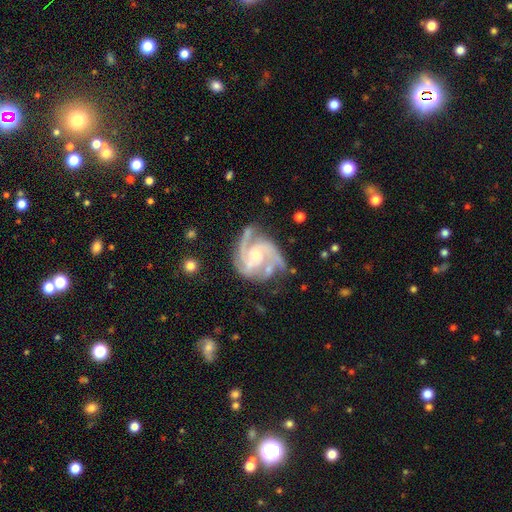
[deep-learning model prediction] This is clearly a featured or disk galaxy (92%). It is clearly not viewed edge-on (98%). Bar: possibly no (60%). Spiral arm pattern: clearly yes (98%). Spiral arm count: possibly 3 (54%). Spiral winding: possibly tight (47%). Central bulge: possibly small (52%). Merging: likely none (65%).